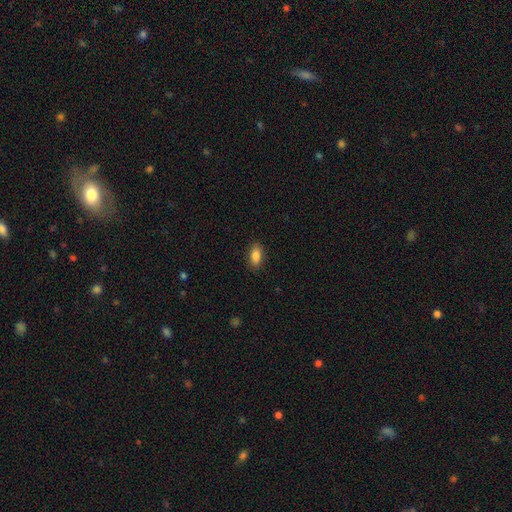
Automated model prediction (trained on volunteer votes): A smooth galaxy with no disk features (85%) that is in between round and cigar-shaped (88%). Merging: none (89%).